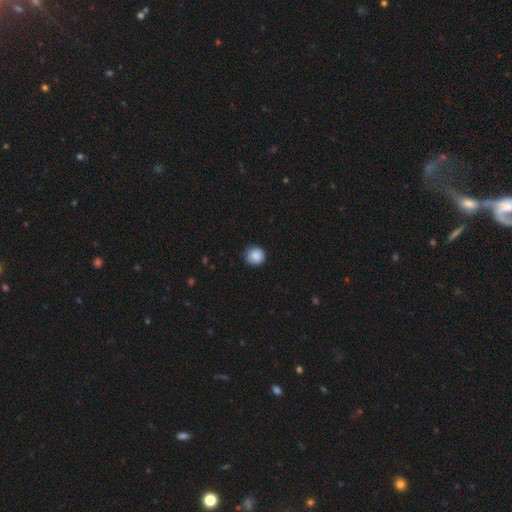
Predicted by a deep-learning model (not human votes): Smooth or featured? smooth (88%)
How rounded? round (93%)
Merging? none (85%)